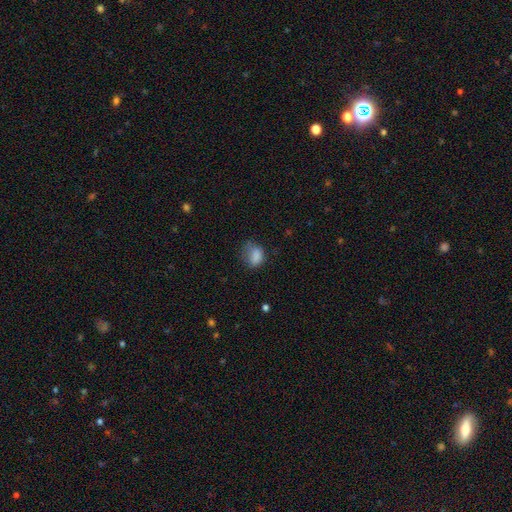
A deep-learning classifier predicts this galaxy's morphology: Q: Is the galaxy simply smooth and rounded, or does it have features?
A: smooth — 82%.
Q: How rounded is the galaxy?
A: in between — 70%.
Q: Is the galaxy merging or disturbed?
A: none — 42%.